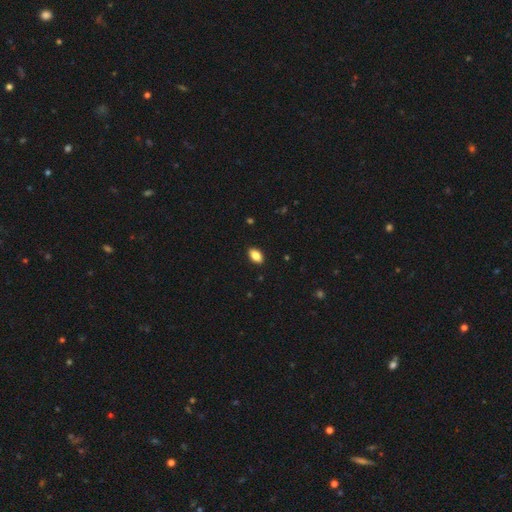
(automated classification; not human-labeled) smooth 85%, star or artifact 8%, featured or disk 8%. Down the decision tree: how rounded — in between (91%); merging — none (90%).